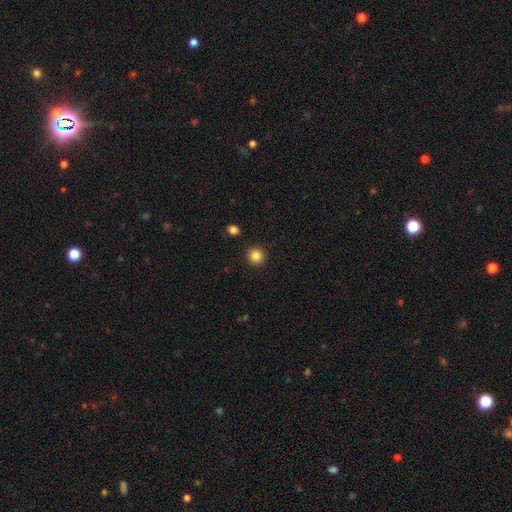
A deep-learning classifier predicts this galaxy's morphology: The model was most divided on "smooth or featured": smooth: 85%, star or artifact: 11%, featured or disk: 4%. More confident: how rounded — round (95%); merging — none (92%).